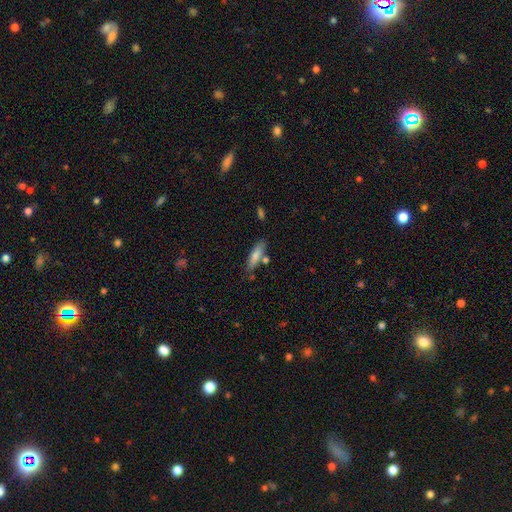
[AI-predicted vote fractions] Q: Smooth or featured?
A: smooth (76%); runner-up: featured or disk (17%)
Q: How rounded?
A: cigar-shaped (65%); runner-up: in between (33%)
Q: Merging?
A: none (71%); runner-up: minor disturbance (15%)